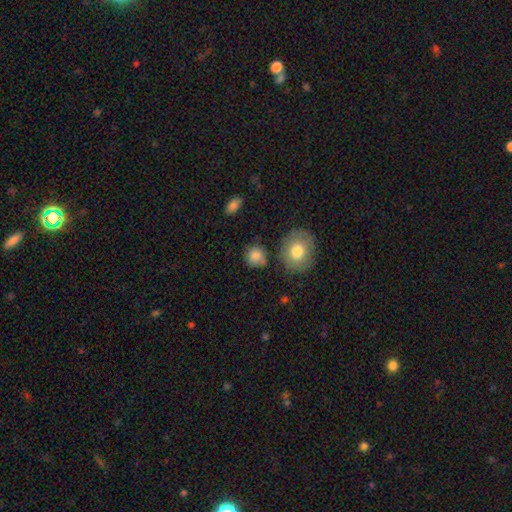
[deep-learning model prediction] Overall: smooth (84%). How rounded: round (85%). Merging: none (69%).